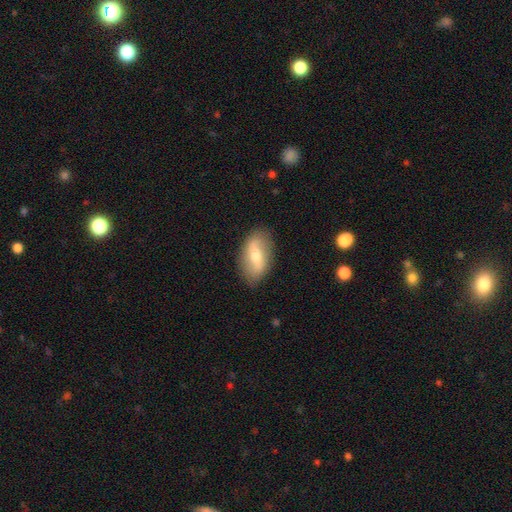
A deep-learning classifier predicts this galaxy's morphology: type=featured or disk (52%); edge-on=no (89%); merging=none (84%).